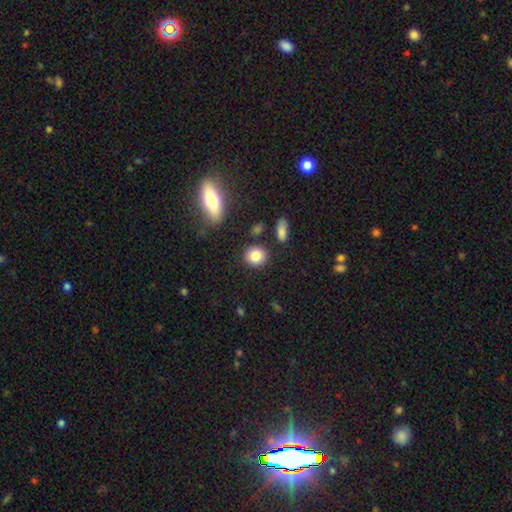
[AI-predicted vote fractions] smooth_or_featured: smooth (p=0.84) [alt: star or artifact p=0.09]
how_rounded: round (p=0.73) [alt: in between p=0.25]
merging: none (p=0.84) [alt: minor disturbance p=0.09]